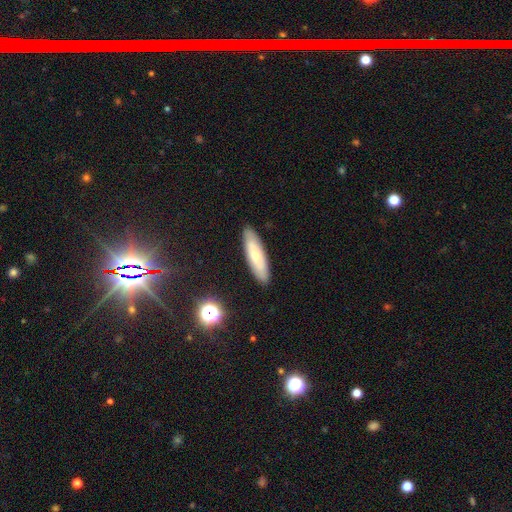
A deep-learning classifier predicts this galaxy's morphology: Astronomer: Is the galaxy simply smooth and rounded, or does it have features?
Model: smooth — 63%.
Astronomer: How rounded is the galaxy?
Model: cigar-shaped — 64%.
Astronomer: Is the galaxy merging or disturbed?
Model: none — 89%.